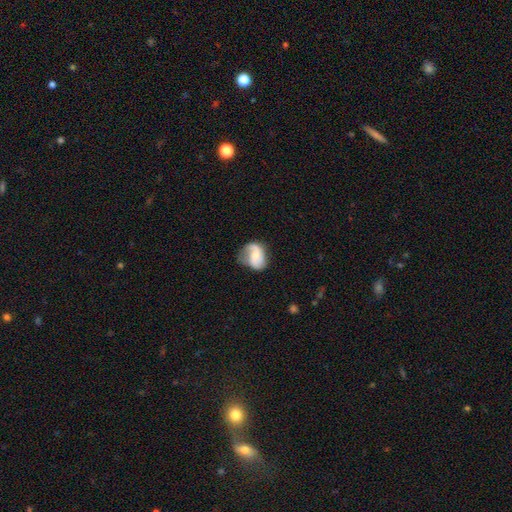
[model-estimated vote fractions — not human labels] Smooth or featured: featured or disk — 53% (smooth — 39%)
Edge-on disk: no — 97% (yes — 3%)
Bar: no — 59% (weak — 32%)
Spiral arms: yes — 82% (no — 18%)
Bulge size: small — 44% (moderate — 40%)
Merging: none — 42% (minor disturbance — 34%)